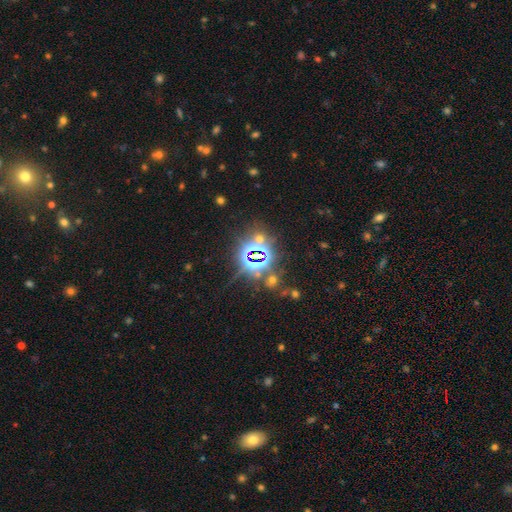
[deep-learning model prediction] The model was most divided on "smooth or featured": star or artifact: 78%, smooth: 14%, featured or disk: 8%.